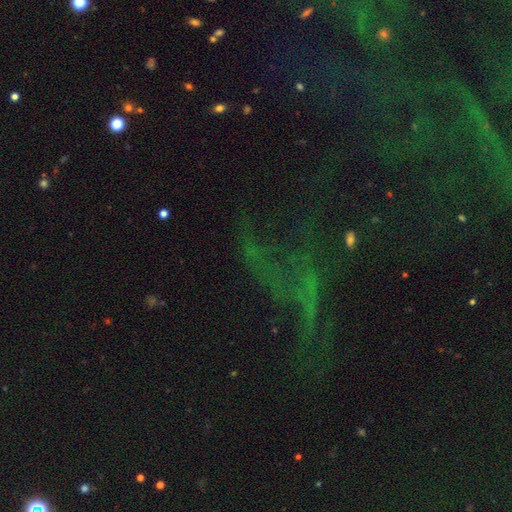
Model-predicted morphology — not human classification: star or artifact 57%, featured or disk 25%, smooth 18%.